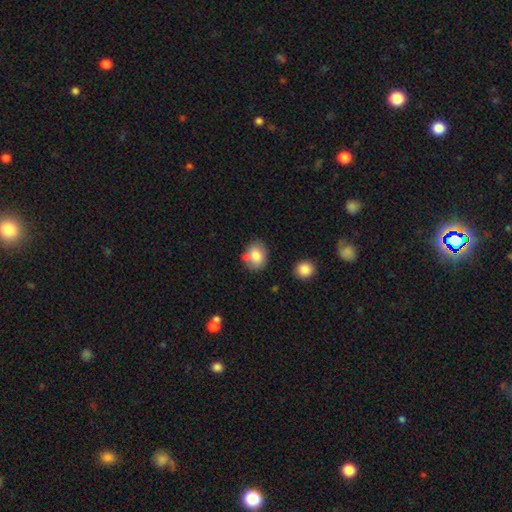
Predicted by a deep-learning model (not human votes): smooth_or_featured: smooth (p=0.80) [alt: featured or disk p=0.12]
how_rounded: round (p=0.60) [alt: in between p=0.39]
merging: none (p=0.64) [alt: minor disturbance p=0.20]